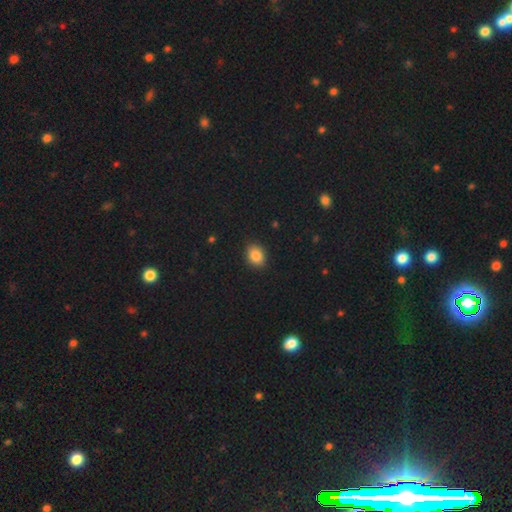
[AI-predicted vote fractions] Morphology: type=smooth (85%); roundness=in between (55%); merging=none (89%).